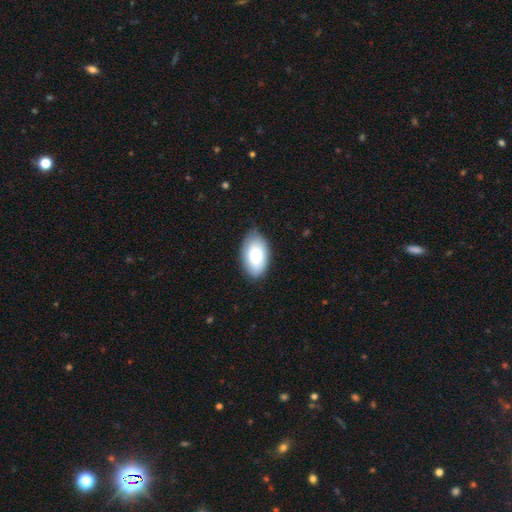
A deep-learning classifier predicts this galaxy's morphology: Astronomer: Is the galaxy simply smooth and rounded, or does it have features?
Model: smooth — 79%.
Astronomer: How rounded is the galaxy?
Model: in between — 94%.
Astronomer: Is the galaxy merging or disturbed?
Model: none — 77%.